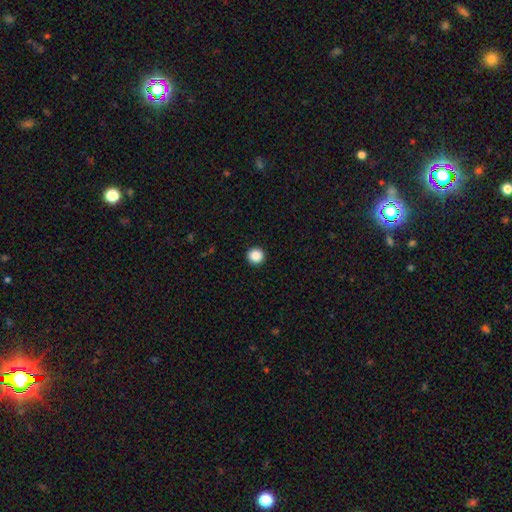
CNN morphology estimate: This appears to be a smooth galaxy with no disk features (88%) that is round (95%). Merging: none (93%).